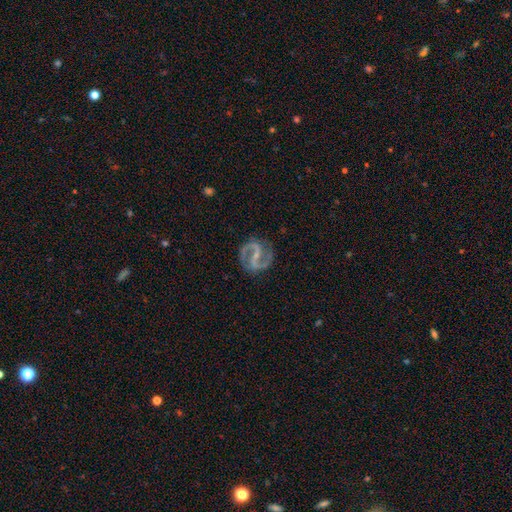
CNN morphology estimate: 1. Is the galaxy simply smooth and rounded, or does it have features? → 92% featured or disk, 4% star or artifact, 4% smooth.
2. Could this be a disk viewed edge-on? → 98% no, 2% yes.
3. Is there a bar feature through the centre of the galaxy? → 46% strong, 36% weak, 18% no.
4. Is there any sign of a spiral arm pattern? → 98% yes, 2% no.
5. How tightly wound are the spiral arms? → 61% medium, 20% tight, 19% loose.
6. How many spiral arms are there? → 94% 2, 2% can't tell, 1% 3, 1% 1, 1% 4, 1% more than 4.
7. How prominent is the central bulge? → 66% small, 19% moderate, 13% none, 1% large, 1% dominant.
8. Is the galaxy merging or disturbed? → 83% none, 11% minor disturbance, 4% major disturbance, 1% merger.